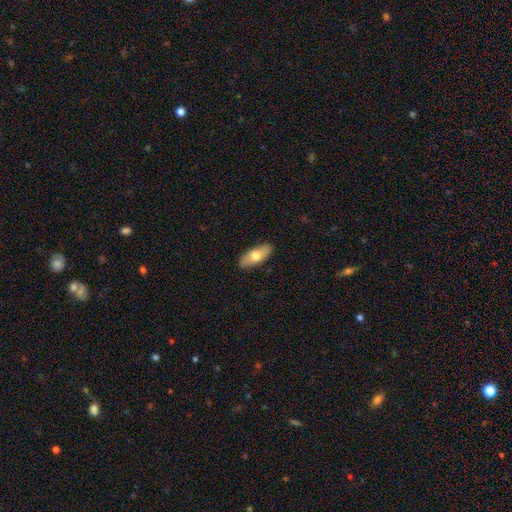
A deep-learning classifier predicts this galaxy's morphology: smooth-or-featured: smooth: 69% | featured or disk: 26% | star or artifact: 6%
  how-rounded: in between: 80% | cigar-shaped: 17% | round: 3%
  merging: none: 89% | minor disturbance: 9% | major disturbance: 2% | merger: 1%